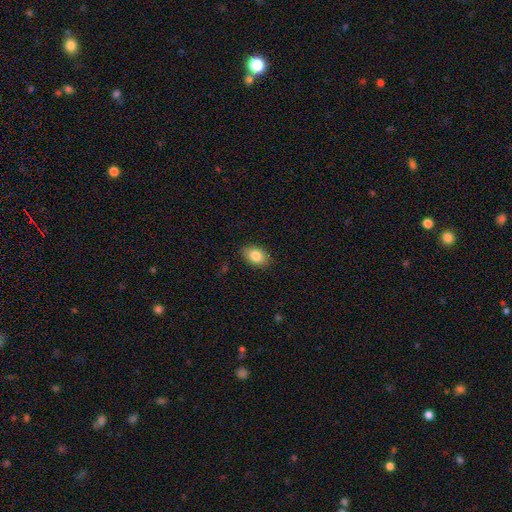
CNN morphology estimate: Overall: smooth (83%). How rounded: in between (84%). Merging: none (88%).